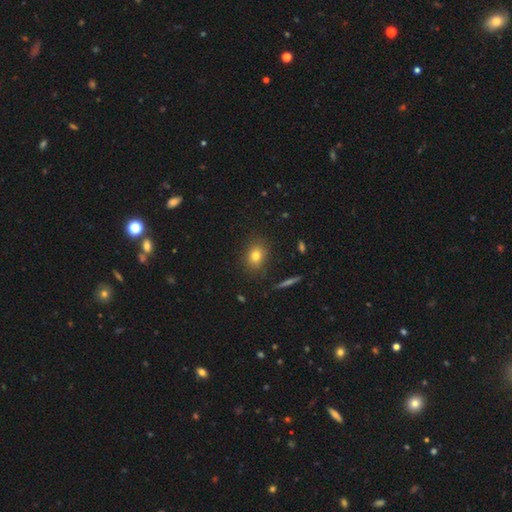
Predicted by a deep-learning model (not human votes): A smooth galaxy with no disk features (78%) that is in between round and cigar-shaped (51%). Merging: none (85%).